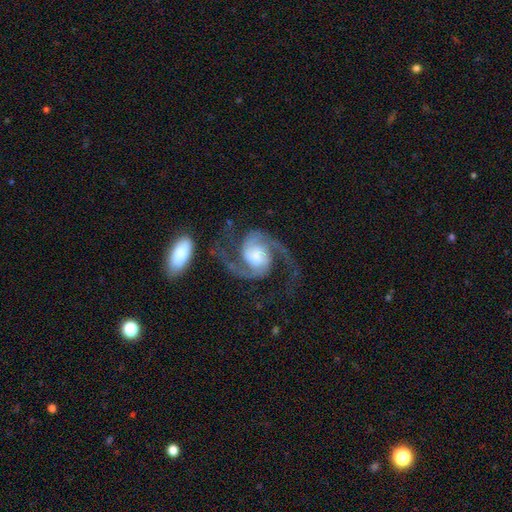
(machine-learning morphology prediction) A featured or disk galaxy (93%) with no bar (60%), 2 (94%) medium (52%) spiral arms (99%) and a large central bulge (34%). Merging: none (71%).